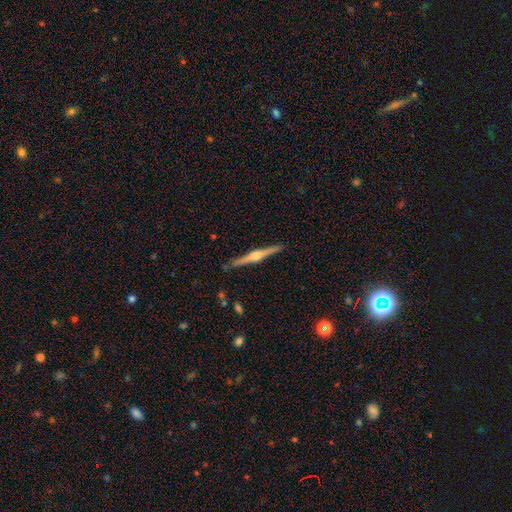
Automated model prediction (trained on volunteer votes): Morphology: type=featured or disk (80%); edge-on=yes (98%); edge-on bulge=rounded (88%); merging=none (90%).